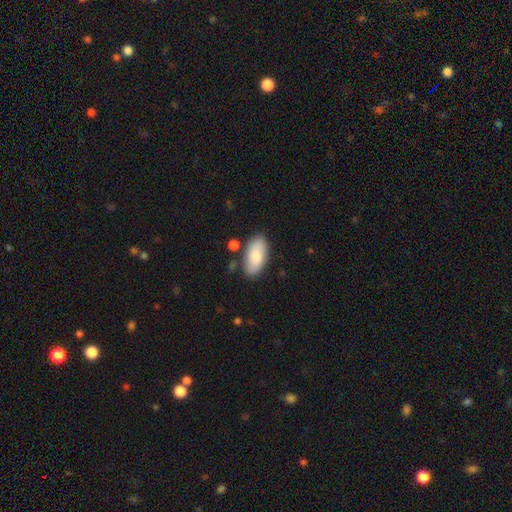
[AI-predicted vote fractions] A smooth galaxy with no disk features (83%) that is in between round and cigar-shaped (92%).

Vote fractions:
- Smooth or featured? smooth: 83% / featured or disk: 11% / star or artifact: 6%
- How rounded? in between: 92% / cigar-shaped: 6% / round: 2%
- Merging? none: 79% / minor disturbance: 13% / merger: 5% / major disturbance: 3%